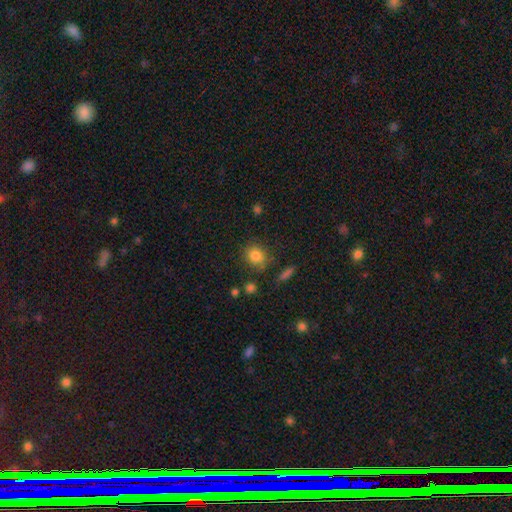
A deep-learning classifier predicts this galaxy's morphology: smooth 82%, star or artifact 11%, featured or disk 7%. Down the decision tree: how rounded — round (76%); merging — none (77%).